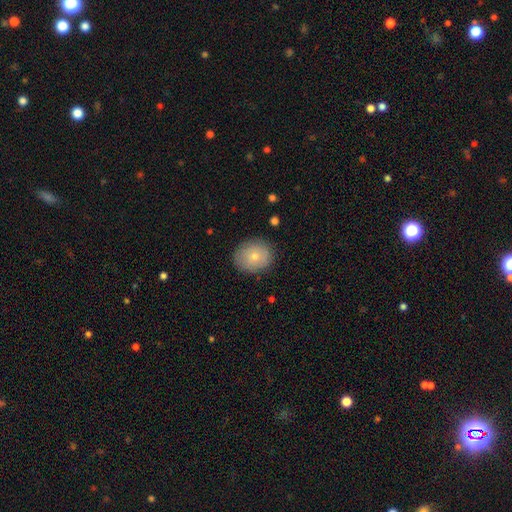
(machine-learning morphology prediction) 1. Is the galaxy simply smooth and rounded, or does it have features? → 75% smooth, 17% featured or disk, 8% star or artifact.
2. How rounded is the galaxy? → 64% round, 35% in between, 1% cigar-shaped.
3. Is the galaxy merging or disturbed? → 84% none, 12% minor disturbance, 3% major disturbance, 1% merger.